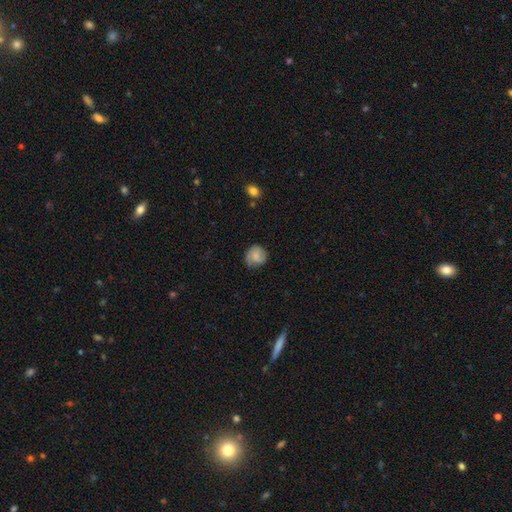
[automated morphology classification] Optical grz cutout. It shows a smooth galaxy with no disk features (62%) that is round (81%). Merging: none (69%).